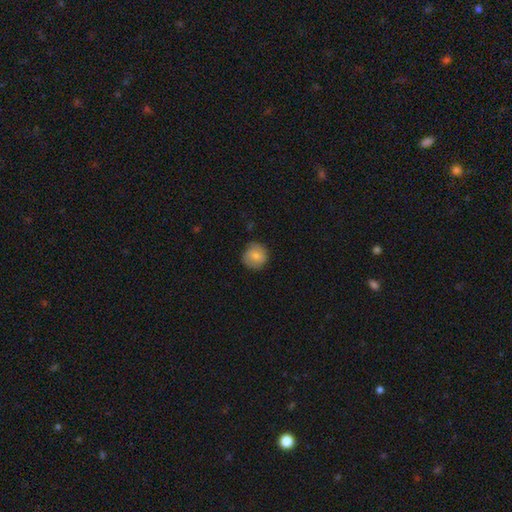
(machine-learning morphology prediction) Smooth or featured?
  - smooth: 79% *
  - featured or disk: 13%
  - star or artifact: 7%
How rounded?
  - round: 91% *
  - in between: 8%
  - cigar-shaped: 1%
Merging?
  - none: 81% *
  - minor disturbance: 14%
  - major disturbance: 3%
  - merger: 1%